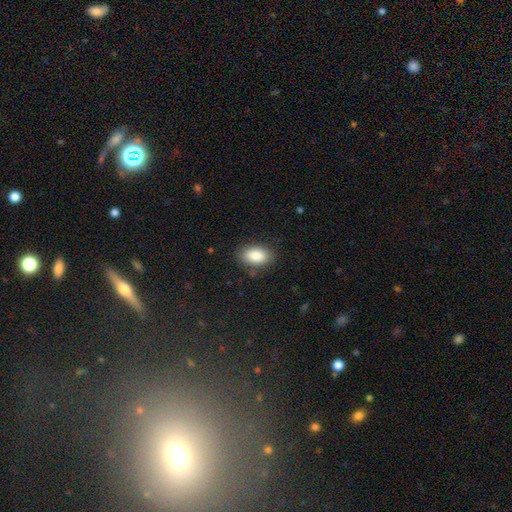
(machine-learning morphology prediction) Smooth or featured?
  - smooth: 87% *
  - star or artifact: 7%
  - featured or disk: 6%
How rounded?
  - in between: 92% *
  - round: 7%
  - cigar-shaped: 2%
Merging?
  - none: 85% *
  - minor disturbance: 11%
  - major disturbance: 3%
  - merger: 1%